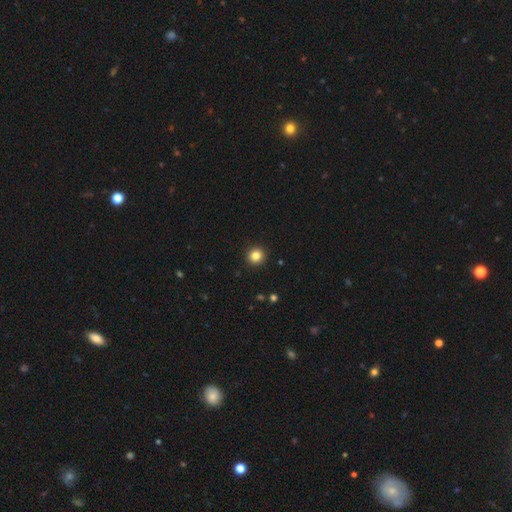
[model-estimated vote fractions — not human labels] Smooth or featured: smooth — 84% (star or artifact — 11%)
How rounded: round — 95% (in between — 4%)
Merging: none — 93% (minor disturbance — 4%)